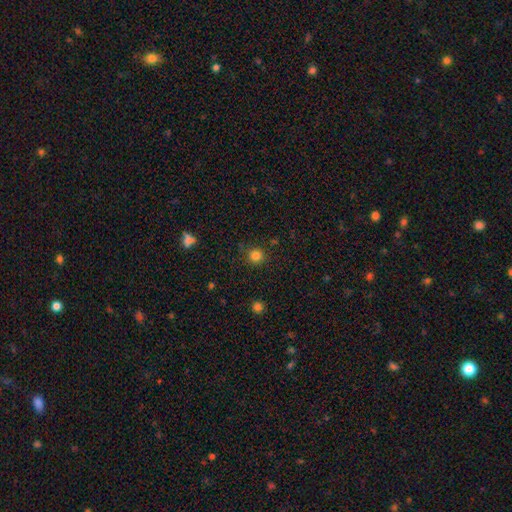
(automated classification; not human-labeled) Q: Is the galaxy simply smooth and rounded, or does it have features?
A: smooth — 82%.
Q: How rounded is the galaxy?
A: round — 93%.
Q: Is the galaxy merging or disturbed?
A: none — 88%.